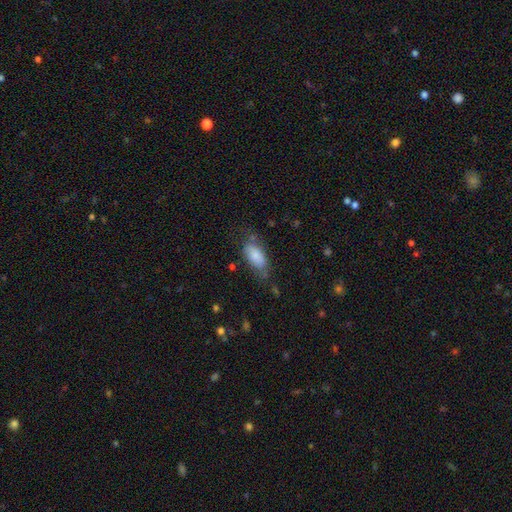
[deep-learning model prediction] This appears to be a smooth galaxy with no disk features (81%) that is in between round and cigar-shaped (90%). Merging: none (56%).